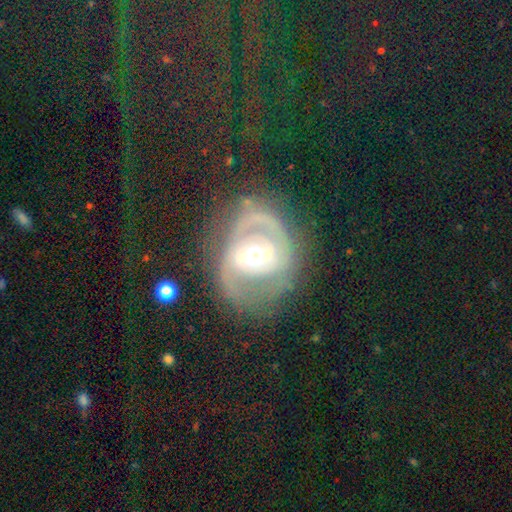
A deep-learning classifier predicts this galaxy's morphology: This is clearly a featured or disk galaxy (81%). It is clearly not viewed edge-on (96%). Bar: possibly no (46%). Spiral arm pattern: likely yes (74%). Spiral arm count: possibly 2 (52%). Spiral winding: possibly tight (48%). Central bulge: likely moderate (71%). Merging: possibly none (58%).